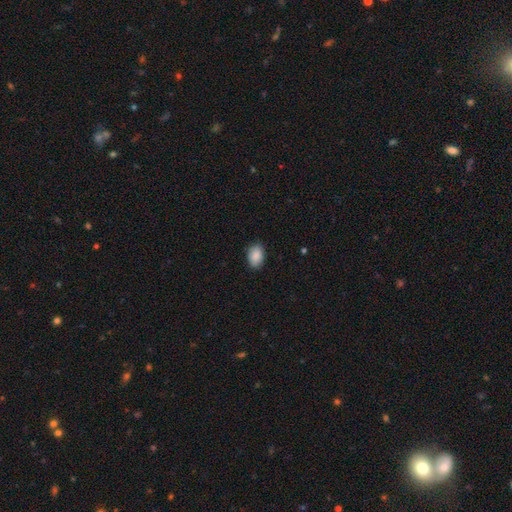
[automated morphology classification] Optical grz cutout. It shows a smooth galaxy with no disk features (89%) that is in between round and cigar-shaped (86%). Merging: none (86%).